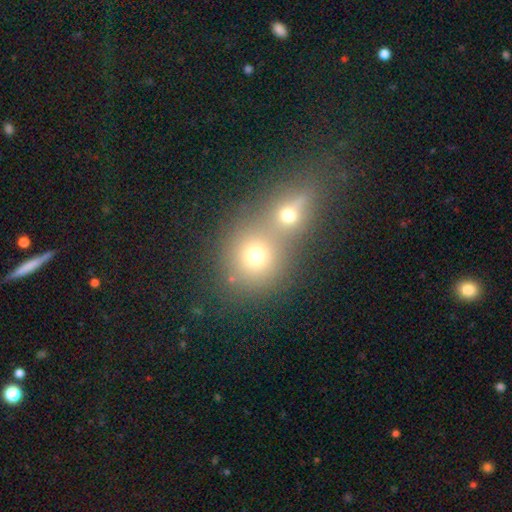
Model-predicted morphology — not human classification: This is likely a smooth galaxy (70%). How rounded: clearly round (81%). Merging: possibly merger (58%).